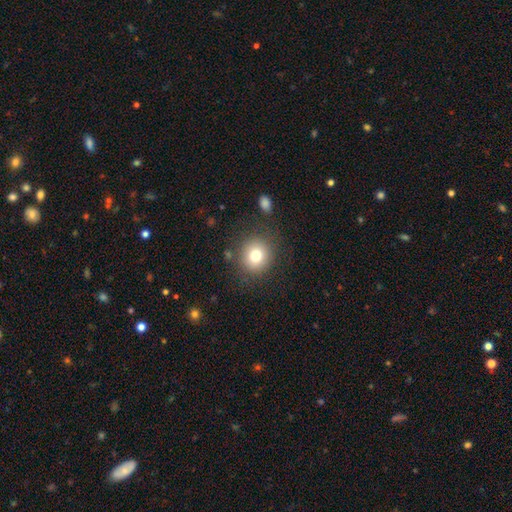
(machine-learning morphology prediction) Q: Smooth or featured?
A: smooth (77%); runner-up: star or artifact (12%)
Q: How rounded?
A: round (90%); runner-up: in between (9%)
Q: Merging?
A: none (84%); runner-up: minor disturbance (9%)